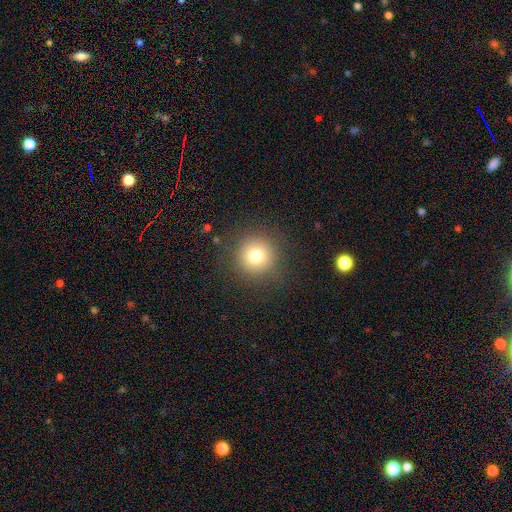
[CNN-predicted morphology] The model was most divided on "smooth or featured": smooth: 76%, star or artifact: 14%, featured or disk: 10%. More confident: how rounded — round (95%); merging — none (88%).